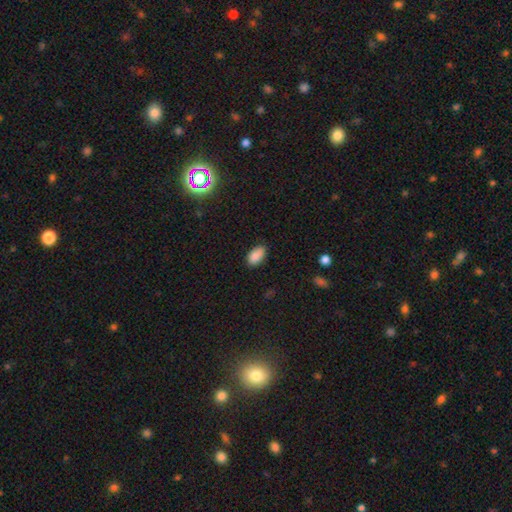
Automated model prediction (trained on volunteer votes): A smooth galaxy with no disk features (87%) that is in between round and cigar-shaped (93%).

Vote fractions:
- Smooth or featured? smooth: 87% / star or artifact: 9% / featured or disk: 4%
- How rounded? in between: 93% / round: 4% / cigar-shaped: 2%
- Merging? none: 81% / minor disturbance: 15% / major disturbance: 3% / merger: 1%